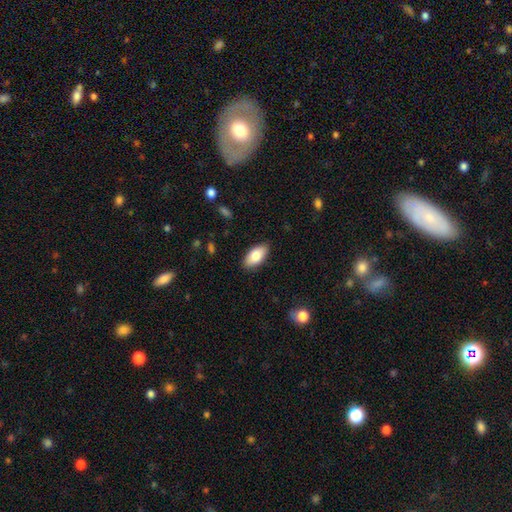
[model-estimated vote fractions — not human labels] smooth-or-featured: smooth: 83% | featured or disk: 11% | star or artifact: 6%
  how-rounded: in between: 92% | cigar-shaped: 5% | round: 2%
  merging: none: 88% | minor disturbance: 9% | major disturbance: 2% | merger: 1%